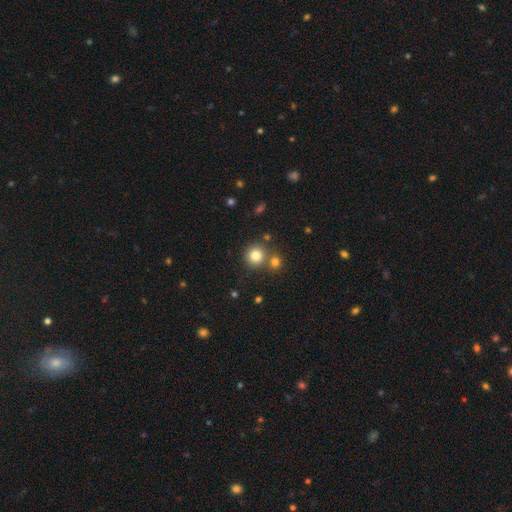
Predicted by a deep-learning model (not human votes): Smooth or featured? smooth (80%)
How rounded? round (92%)
Merging? none (72%)